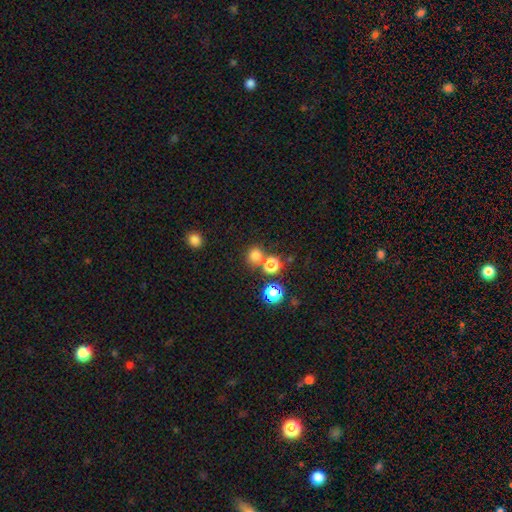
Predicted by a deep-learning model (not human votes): This appears to be a smooth galaxy with no disk features (73%) that is round (88%). Merging: none (66%).